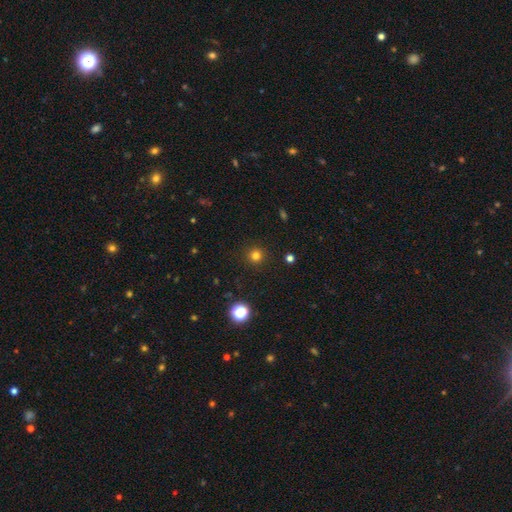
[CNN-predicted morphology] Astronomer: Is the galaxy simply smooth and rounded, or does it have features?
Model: smooth — 78%.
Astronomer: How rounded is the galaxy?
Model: round — 95%.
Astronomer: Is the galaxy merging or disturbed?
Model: none — 92%.